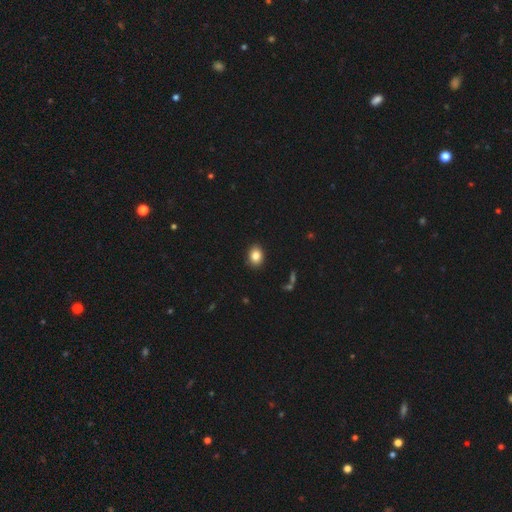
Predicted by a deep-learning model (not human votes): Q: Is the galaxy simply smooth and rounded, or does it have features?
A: smooth — 84%.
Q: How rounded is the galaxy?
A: in between — 64%.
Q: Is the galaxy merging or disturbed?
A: none — 89%.